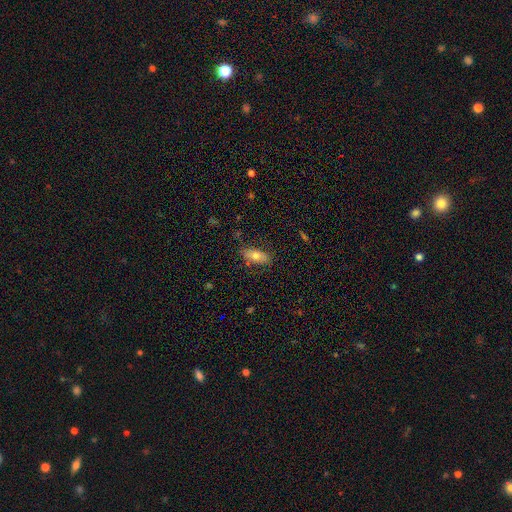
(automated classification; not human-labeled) Smooth or featured? smooth (70%)
How rounded? in between (81%)
Merging? none (81%)